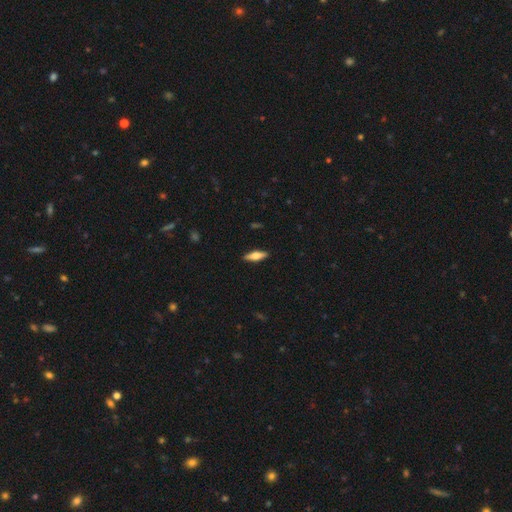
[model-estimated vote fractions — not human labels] smooth 58%, featured or disk 36%, star or artifact 6%. Down the decision tree: how rounded — in between (49%); merging — none (90%).